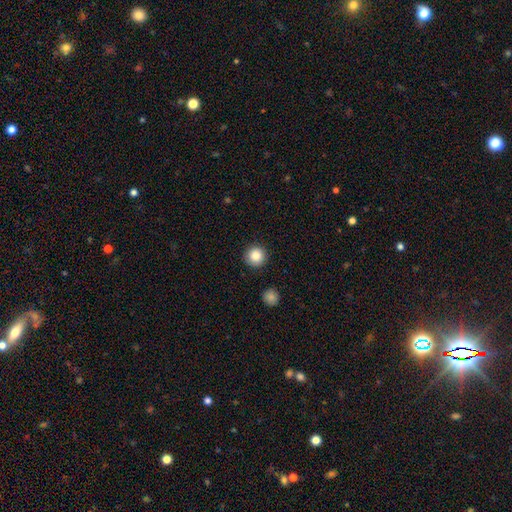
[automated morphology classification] smooth-or-featured: smooth: 86% | star or artifact: 9% | featured or disk: 5%
  how-rounded: round: 95% | in between: 4% | cigar-shaped: 1%
  merging: none: 91% | minor disturbance: 5% | major disturbance: 2% | merger: 2%